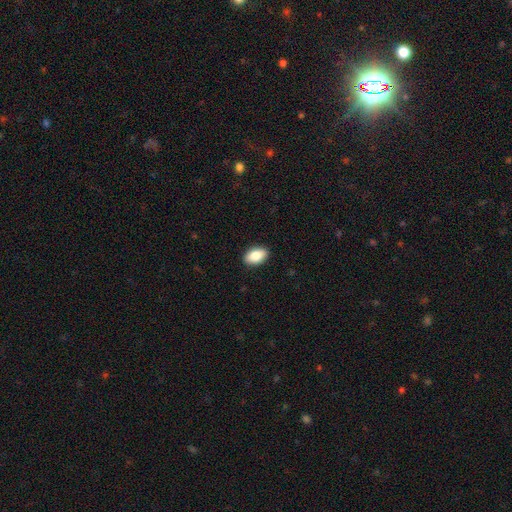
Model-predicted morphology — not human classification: This appears to be a smooth galaxy with no disk features (85%) that is in between round and cigar-shaped (92%). Merging: none (91%).